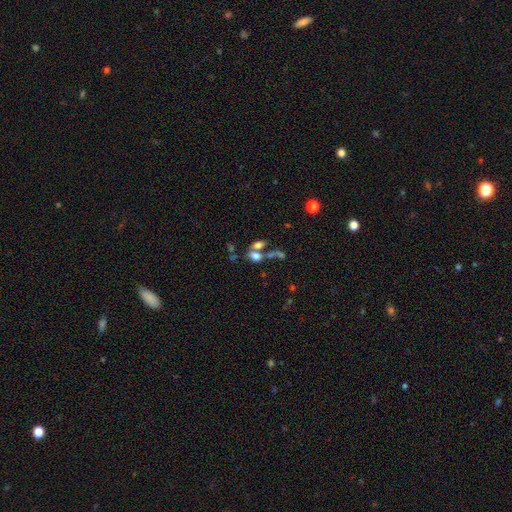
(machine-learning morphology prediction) Smooth or featured? Predicted: smooth (p=0.69). How rounded? Predicted: in between (p=0.75). Merging? Predicted: merger (p=0.48).